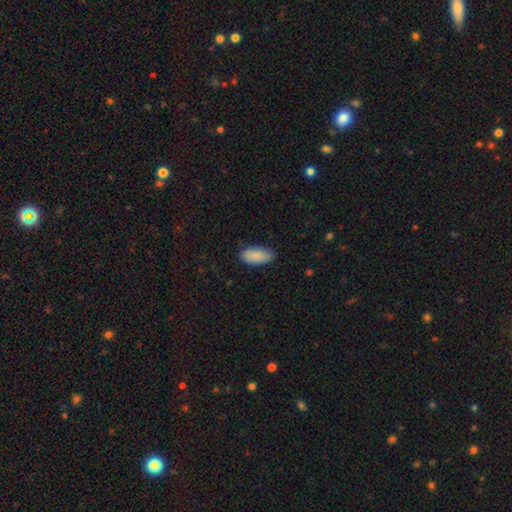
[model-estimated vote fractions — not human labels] Q: Smooth or featured?
A: smooth (86%); runner-up: featured or disk (8%)
Q: How rounded?
A: in between (94%); runner-up: cigar-shaped (4%)
Q: Merging?
A: none (82%); runner-up: minor disturbance (15%)